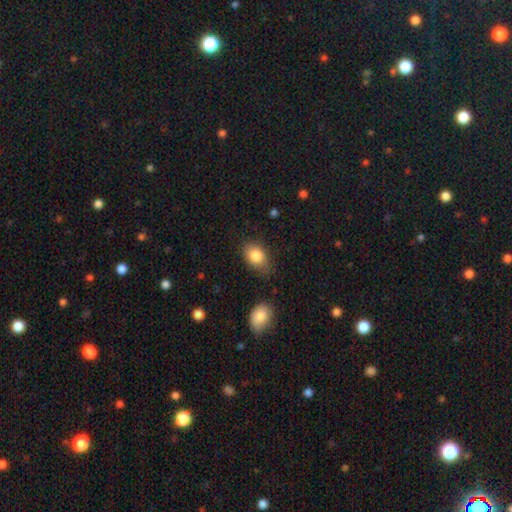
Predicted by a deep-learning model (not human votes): smooth 84%, featured or disk 8%, star or artifact 8%. Down the decision tree: how rounded — in between (77%); merging — none (71%).